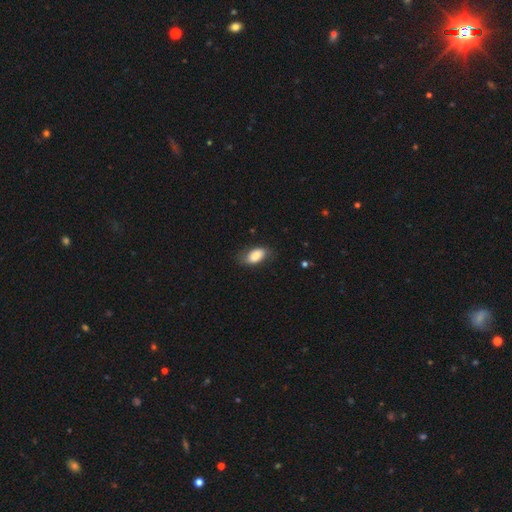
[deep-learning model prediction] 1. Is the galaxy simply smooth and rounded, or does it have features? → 84% smooth, 10% featured or disk, 7% star or artifact.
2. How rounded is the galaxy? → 91% in between, 5% round, 4% cigar-shaped.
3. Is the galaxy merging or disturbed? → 69% none, 23% minor disturbance, 6% major disturbance, 1% merger.